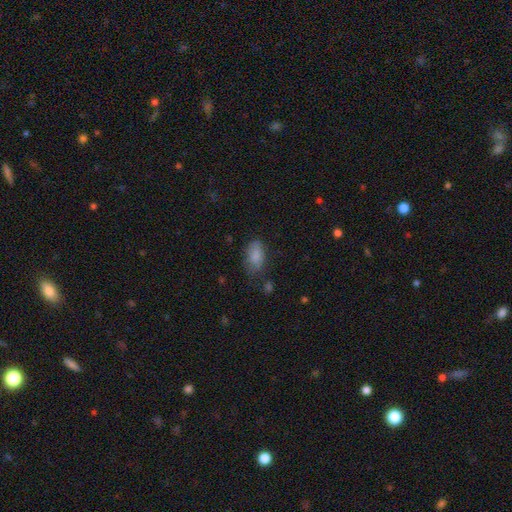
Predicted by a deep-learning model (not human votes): This is clearly a smooth galaxy (83%). How rounded: clearly in between (91%). Merging: likely none (62%).